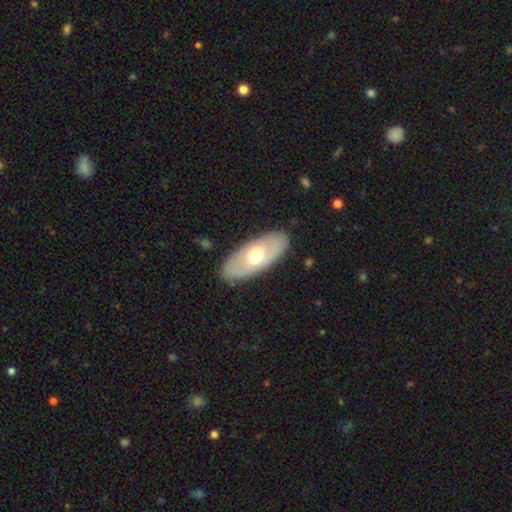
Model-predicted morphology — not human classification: The model was most divided on "smooth or featured": smooth: 51%, featured or disk: 44%, star or artifact: 5%. More confident: how rounded — in between (88%); merging — none (86%).